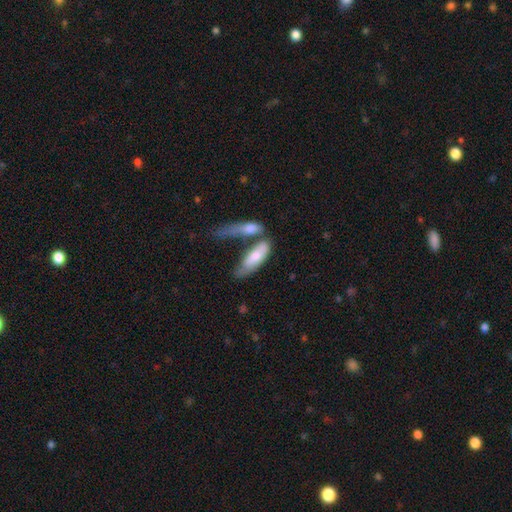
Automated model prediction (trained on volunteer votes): Smooth or featured? Predicted: smooth (p=0.65). How rounded? Predicted: in between (p=0.64). Merging? Predicted: merger (p=0.44).